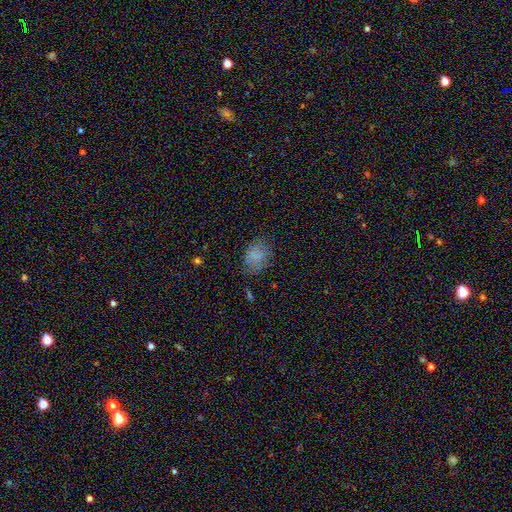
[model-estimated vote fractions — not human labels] Smooth or featured?
  - smooth: 76% *
  - star or artifact: 14%
  - featured or disk: 10%
How rounded?
  - in between: 68% *
  - round: 31%
  - cigar-shaped: 1%
Merging?
  - none: 66% *
  - minor disturbance: 22%
  - major disturbance: 9%
  - merger: 2%